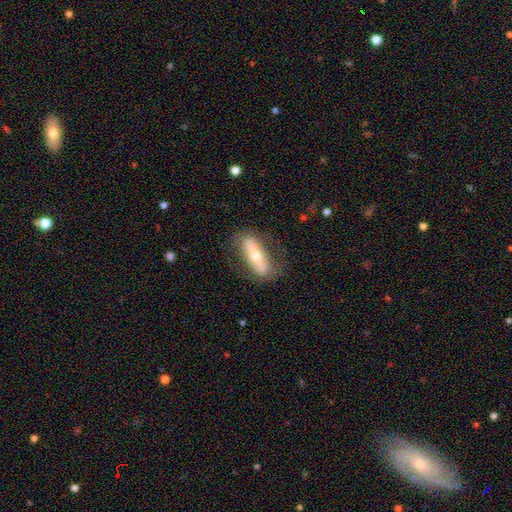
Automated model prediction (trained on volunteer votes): The model was most divided on "edge-on disk": no: 63%, yes: 37%. More confident: merging — none (72%); smooth or featured — featured or disk (59%).